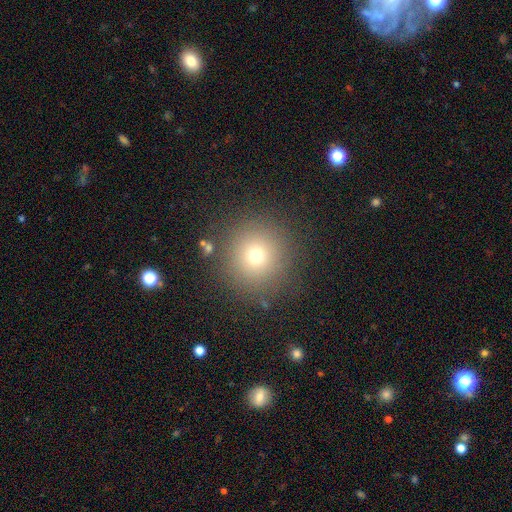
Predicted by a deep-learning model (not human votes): Q: Smooth or featured?
A: smooth (71%); runner-up: star or artifact (19%)
Q: How rounded?
A: round (95%); runner-up: in between (4%)
Q: Merging?
A: none (88%); runner-up: minor disturbance (7%)